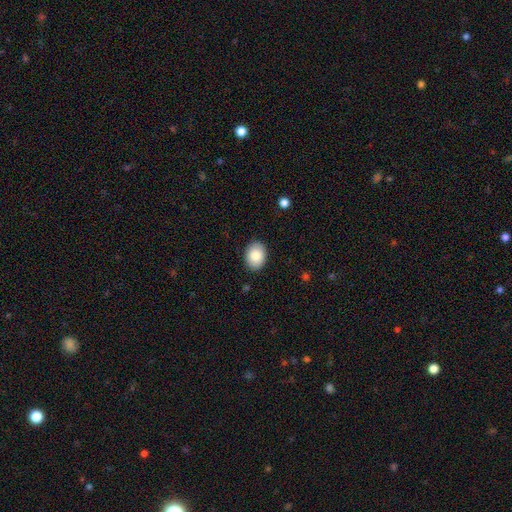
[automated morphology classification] smooth 85%, featured or disk 8%, star or artifact 7%. Down the decision tree: how rounded — in between (73%); merging — none (88%).